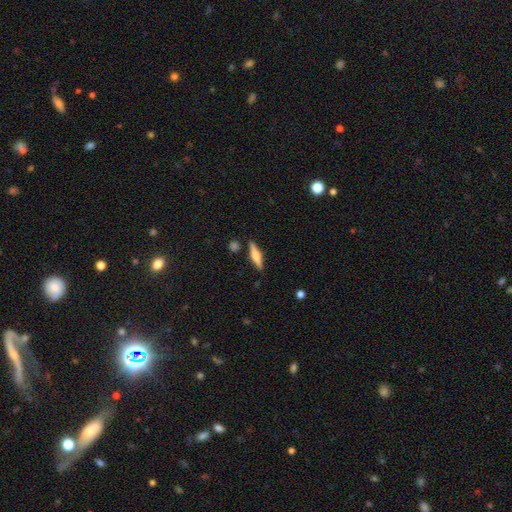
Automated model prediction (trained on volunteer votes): This is possibly a featured or disk galaxy (49%). Merging: clearly none (85%).